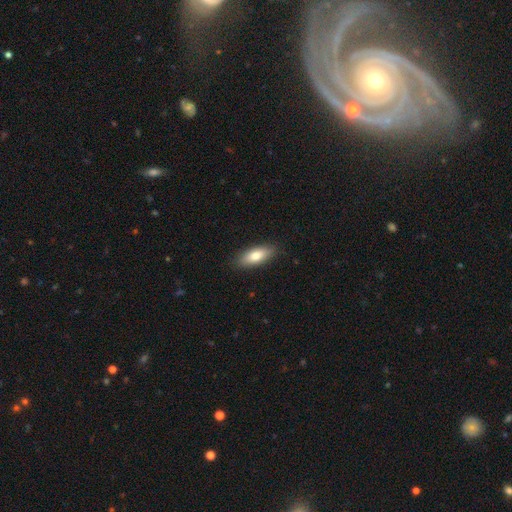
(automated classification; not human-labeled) Smooth or featured? Predicted: smooth (p=0.79). How rounded? Predicted: in between (p=0.71). Merging? Predicted: none (p=0.87).